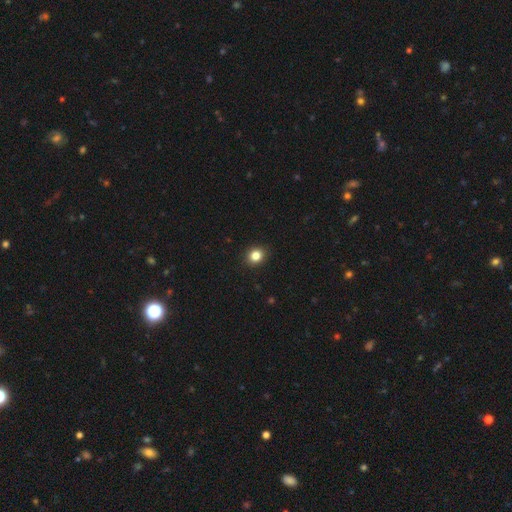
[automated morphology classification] Smooth or featured?
  - smooth: 84% *
  - star or artifact: 11%
  - featured or disk: 5%
How rounded?
  - round: 72% *
  - in between: 27%
  - cigar-shaped: 1%
Merging?
  - none: 91% *
  - minor disturbance: 6%
  - major disturbance: 2%
  - merger: 1%